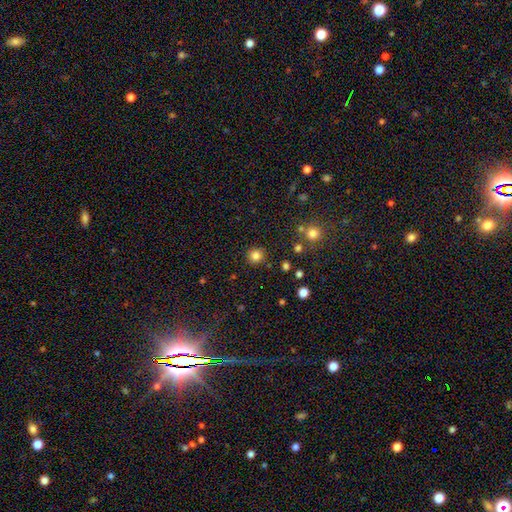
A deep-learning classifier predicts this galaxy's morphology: smooth 83%, star or artifact 13%, featured or disk 4%. Down the decision tree: how rounded — round (93%); merging — none (89%).